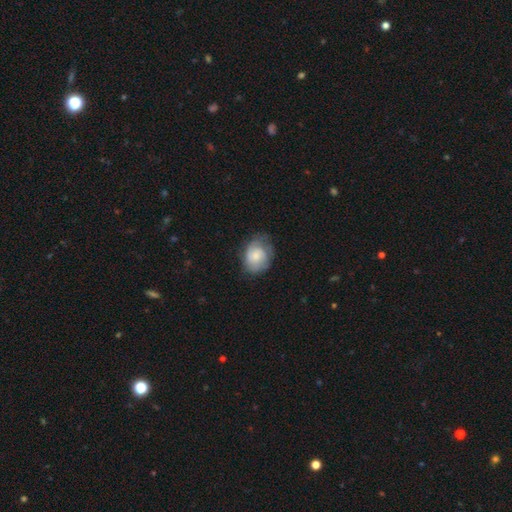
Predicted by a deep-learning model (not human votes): smooth-or-featured: smooth: 53% | featured or disk: 40% | star or artifact: 7%
  how-rounded: in between: 58% | round: 41% | cigar-shaped: 1%
  merging: none: 58% | minor disturbance: 28% | major disturbance: 12% | merger: 1%